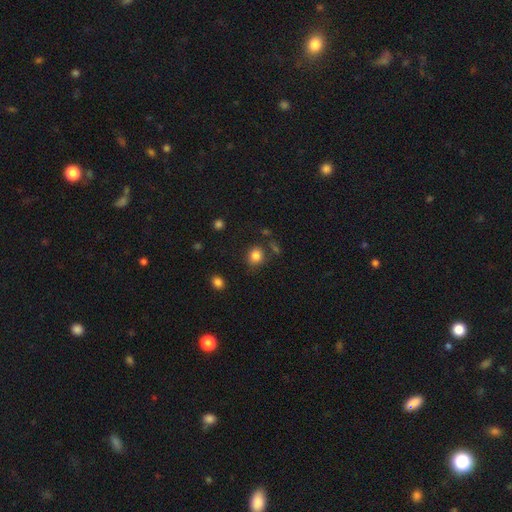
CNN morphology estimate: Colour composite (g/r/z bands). It shows a smooth galaxy with no disk features (83%) that is round (71%). Merging: none (79%).